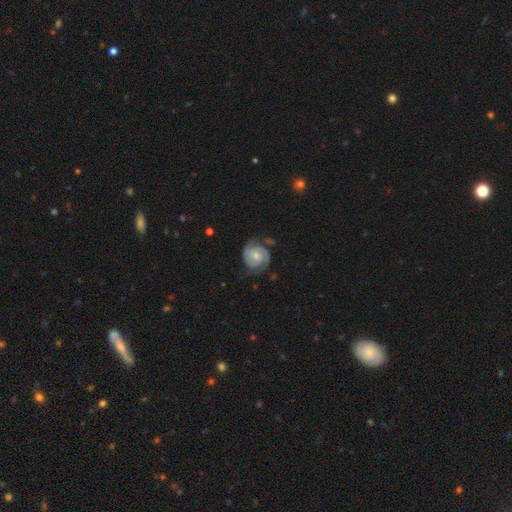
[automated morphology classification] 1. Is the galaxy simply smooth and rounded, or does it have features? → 86% featured or disk, 9% smooth, 5% star or artifact.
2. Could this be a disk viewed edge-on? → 98% no, 2% yes.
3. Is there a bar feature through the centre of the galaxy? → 68% no, 26% weak, 6% strong.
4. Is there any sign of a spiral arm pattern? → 98% yes, 2% no.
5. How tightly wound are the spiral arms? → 63% tight, 31% medium, 6% loose.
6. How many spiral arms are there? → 87% 2, 5% 3, 4% can't tell, 2% 1, 1% 4, 1% more than 4.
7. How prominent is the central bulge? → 53% small, 39% moderate, 5% none, 2% large, 1% dominant.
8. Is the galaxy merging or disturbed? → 76% none, 16% minor disturbance, 6% major disturbance, 2% merger.